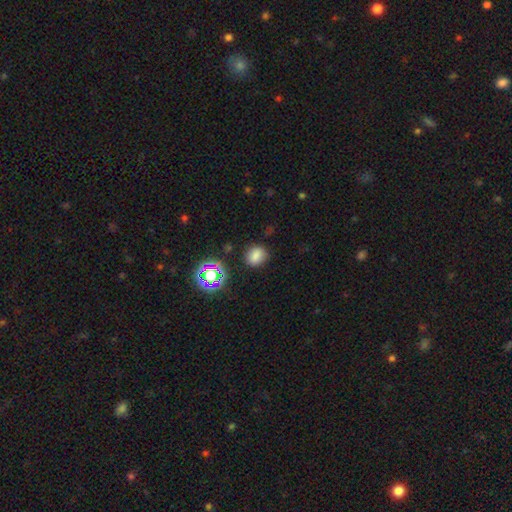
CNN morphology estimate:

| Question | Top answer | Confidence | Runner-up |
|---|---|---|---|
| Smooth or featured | smooth | 75% | star or artifact (18%) |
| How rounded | round | 55% | in between (44%) |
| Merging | none | 82% | minor disturbance (12%) |